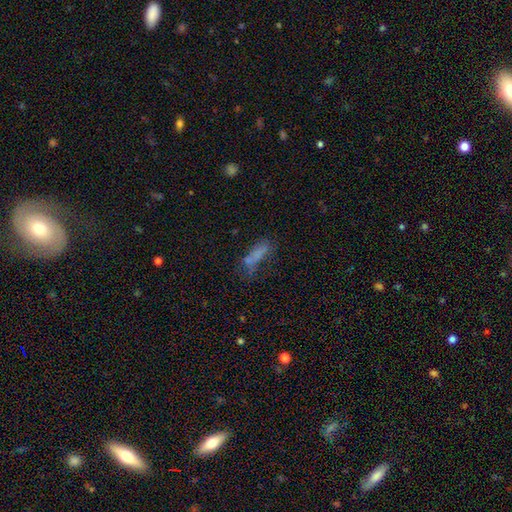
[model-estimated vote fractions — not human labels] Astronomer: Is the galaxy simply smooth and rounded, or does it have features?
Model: smooth — 61%.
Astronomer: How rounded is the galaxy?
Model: in between — 51% (runner-up: cigar-shaped, 46%).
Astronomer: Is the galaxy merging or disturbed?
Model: none — 39% (runner-up: major disturbance, 26%).